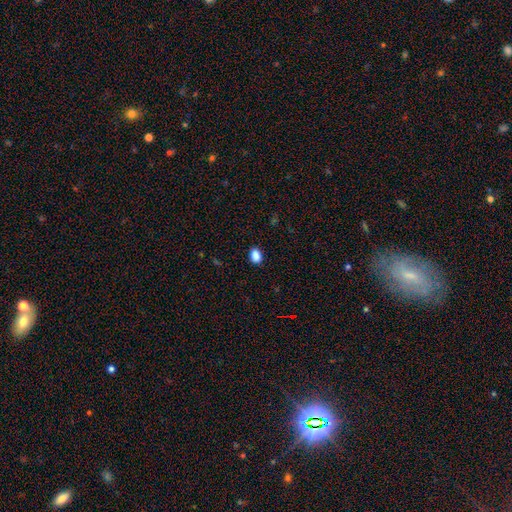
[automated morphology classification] Overall: smooth (88%). How rounded: in between (78%). Merging: none (88%).